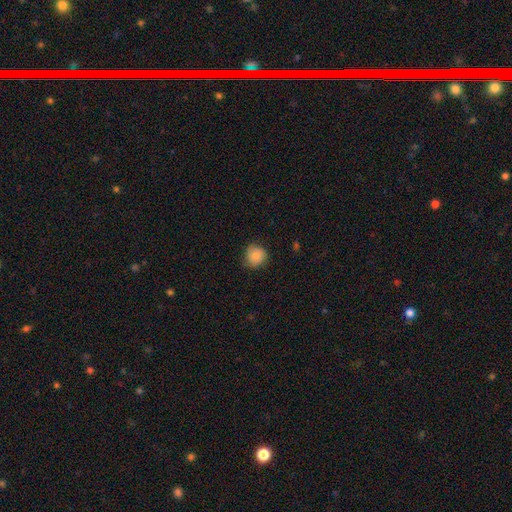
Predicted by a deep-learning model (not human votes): Smooth or featured? smooth (81%)
How rounded? round (88%)
Merging? none (72%)